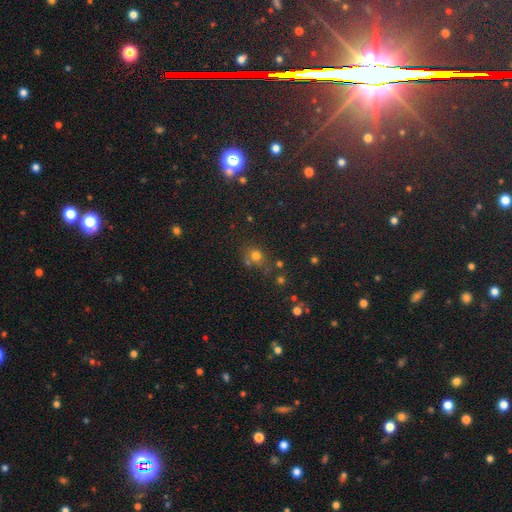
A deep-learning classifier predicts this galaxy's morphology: The model was most divided on "merging": none: 60%, merger: 17%, minor disturbance: 16%, major disturbance: 7%. More confident: how rounded — round (78%); smooth or featured — smooth (69%).